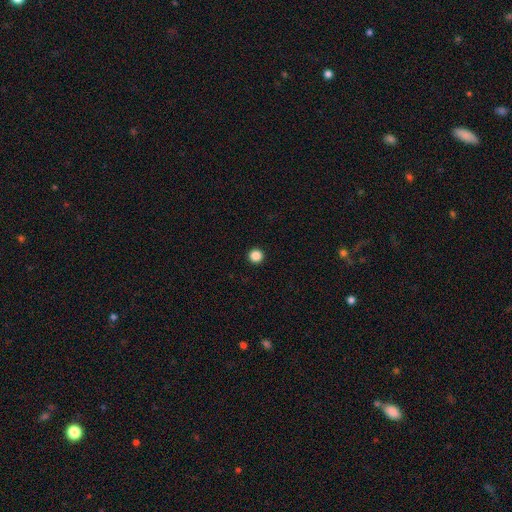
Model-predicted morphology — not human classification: smooth 86%, star or artifact 11%, featured or disk 3%. Down the decision tree: how rounded — round (97%); merging — none (95%).